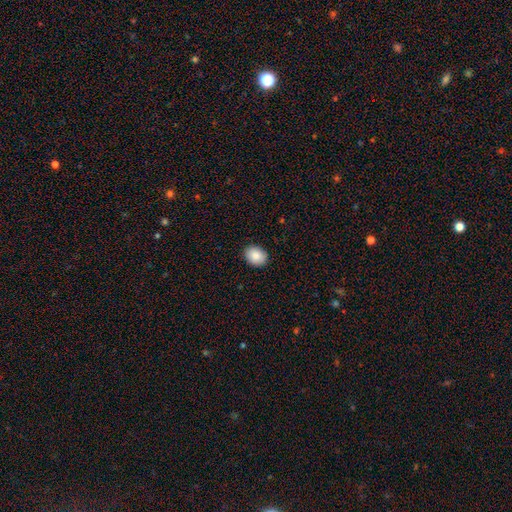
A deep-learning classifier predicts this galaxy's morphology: This appears to be a smooth galaxy with no disk features (87%) that is in between round and cigar-shaped (58%). Merging: none (89%).